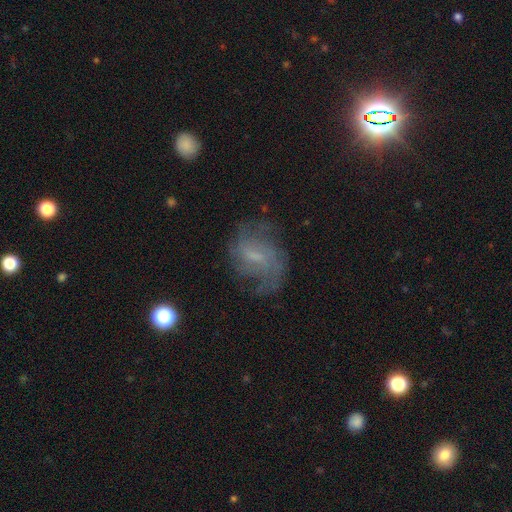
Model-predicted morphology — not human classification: Smooth or featured? featured or disk (62%)
Edge-on disk? no (96%)
Bar? weak (54%)
Spiral arms? yes (81%)
Bulge size? small (50%)
Merging? none (61%)